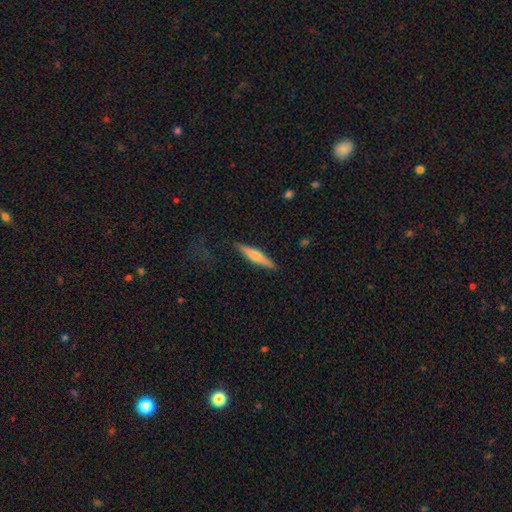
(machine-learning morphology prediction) smooth 48%, featured or disk 46%, star or artifact 6%. Down the decision tree: merging — none (86%).